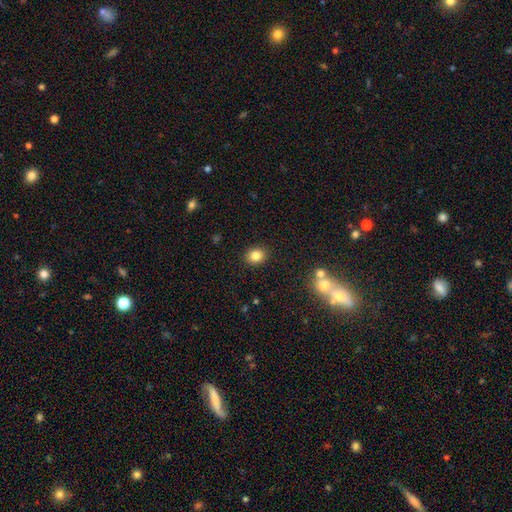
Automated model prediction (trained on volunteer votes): Overall: smooth (83%). How rounded: round (64%; in between 35%). Merging: none (91%).